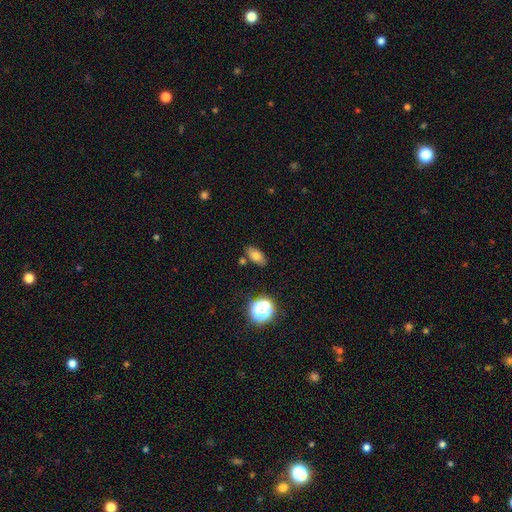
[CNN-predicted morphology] Q: Smooth or featured?
A: smooth (73%); runner-up: star or artifact (14%)
Q: How rounded?
A: in between (83%); runner-up: round (9%)
Q: Merging?
A: none (80%); runner-up: minor disturbance (12%)